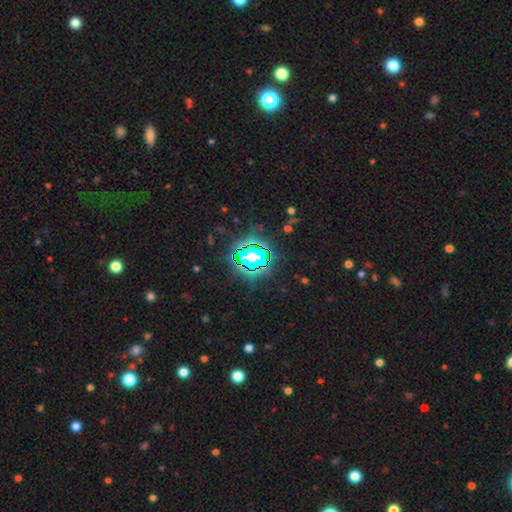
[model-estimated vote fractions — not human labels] smooth-or-featured: star or artifact: 73% | smooth: 16% | featured or disk: 11%